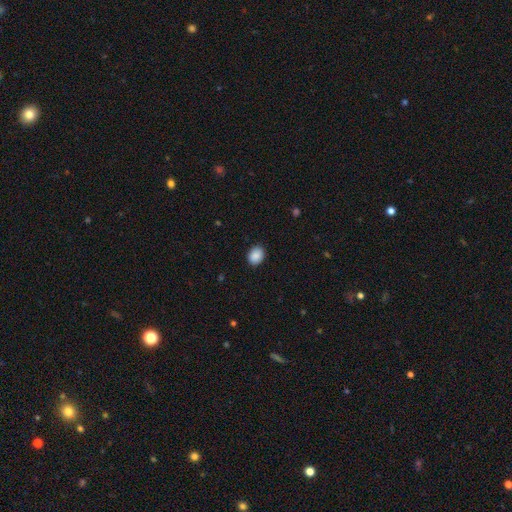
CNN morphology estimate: This appears to be a smooth galaxy with no disk features (89%) that is in between round and cigar-shaped (53%). Merging: none (89%).